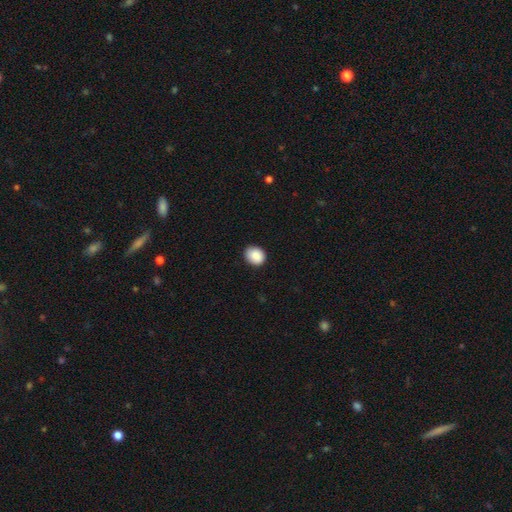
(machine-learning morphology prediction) The model was most divided on "how rounded": round: 58%, in between: 41%, cigar-shaped: 1%. More confident: smooth or featured — smooth (89%); merging — none (86%).